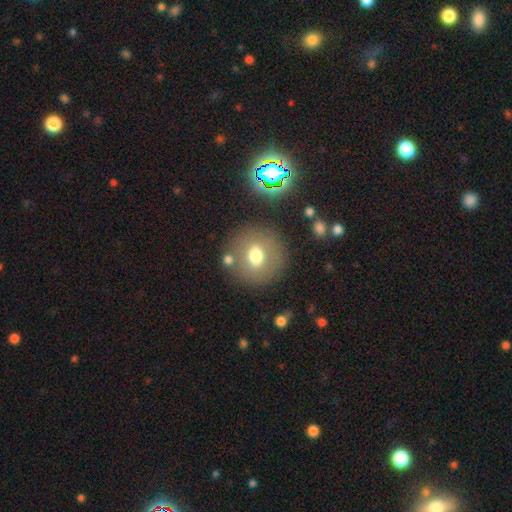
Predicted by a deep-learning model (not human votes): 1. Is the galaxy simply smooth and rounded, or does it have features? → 64% smooth, 23% featured or disk, 13% star or artifact.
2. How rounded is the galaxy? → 88% round, 11% in between, 1% cigar-shaped.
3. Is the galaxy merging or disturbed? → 80% none, 10% minor disturbance, 5% merger, 5% major disturbance.